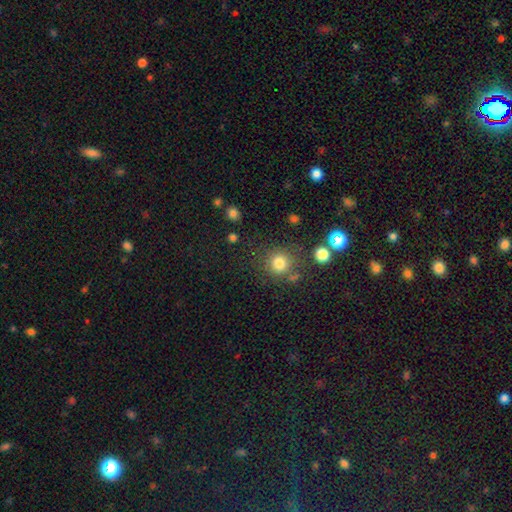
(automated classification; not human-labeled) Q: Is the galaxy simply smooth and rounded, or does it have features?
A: smooth — 58%.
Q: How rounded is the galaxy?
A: round — 92%.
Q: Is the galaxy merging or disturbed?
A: none — 81%.